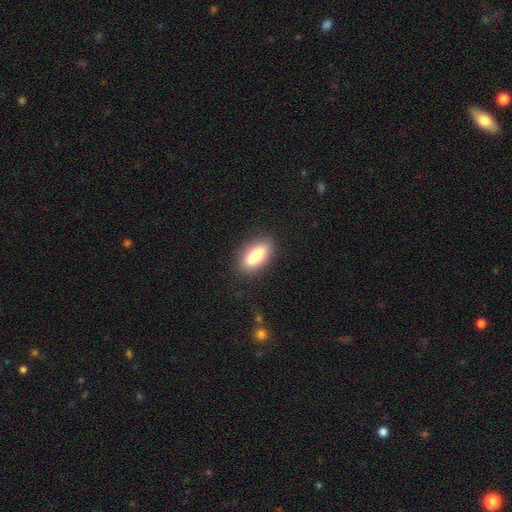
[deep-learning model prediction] Morphology: type=smooth (81%); roundness=in between (80%); merging=none (86%).